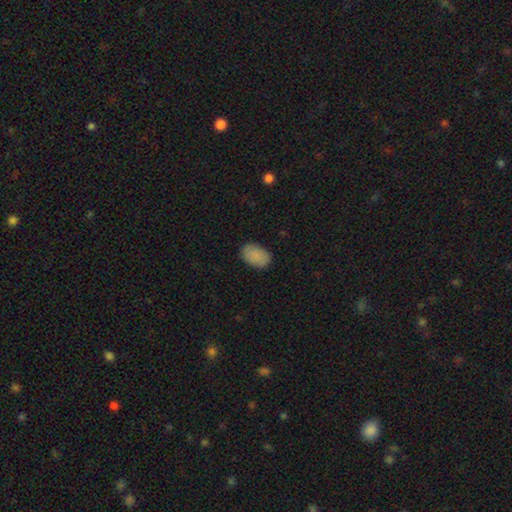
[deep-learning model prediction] Smooth or featured? Predicted: smooth (p=0.87). How rounded? Predicted: in between (p=0.87). Merging? Predicted: none (p=0.82).